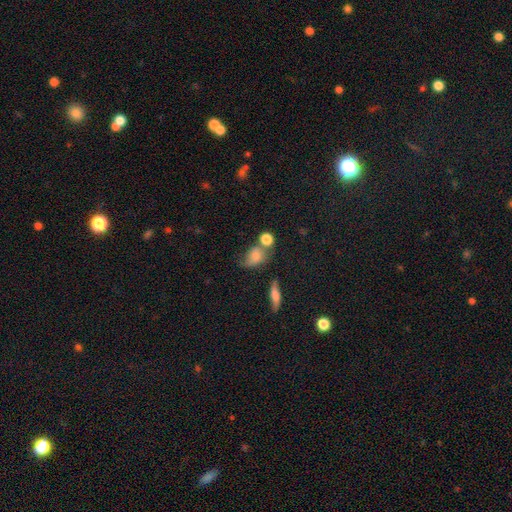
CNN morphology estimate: This is likely a smooth galaxy (71%). How rounded: possibly in between (55%). Merging: marginally none (38%).